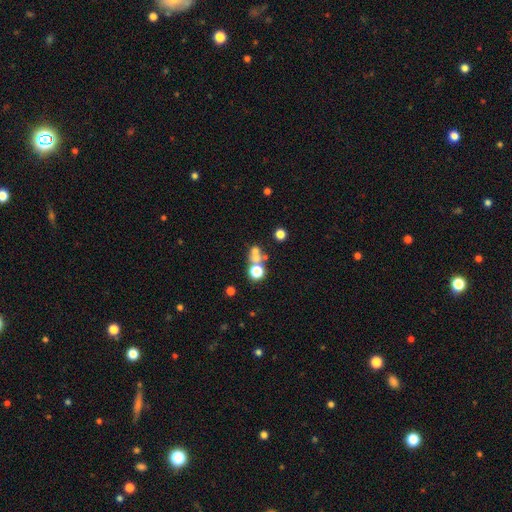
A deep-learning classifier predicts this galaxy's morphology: This appears to be a smooth galaxy with no disk features (55%) that is round (76%). Merging: merger (45%).